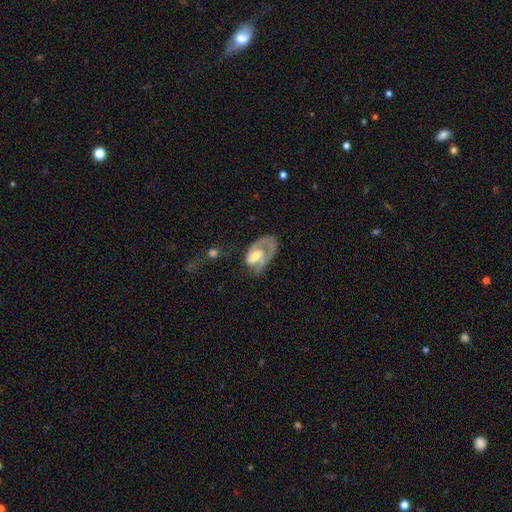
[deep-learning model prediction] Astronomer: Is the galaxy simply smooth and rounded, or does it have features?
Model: featured or disk — 72%.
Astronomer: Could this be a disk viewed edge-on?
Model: no — 96%.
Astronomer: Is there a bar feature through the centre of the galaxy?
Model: no — 52% (runner-up: weak, 38%).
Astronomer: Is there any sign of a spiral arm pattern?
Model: yes — 80%.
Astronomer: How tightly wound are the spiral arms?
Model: medium — 42% (runner-up: tight, 34%).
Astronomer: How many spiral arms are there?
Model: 1 — 47% (runner-up: 2, 33%).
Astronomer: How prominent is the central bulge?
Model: moderate — 58%.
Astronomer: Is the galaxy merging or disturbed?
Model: major disturbance — 40% (runner-up: none, 32%).